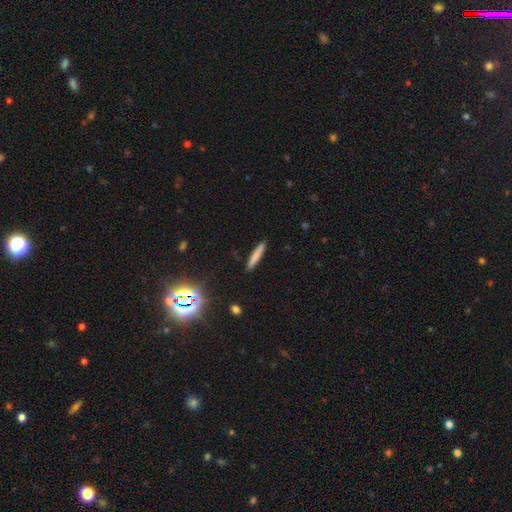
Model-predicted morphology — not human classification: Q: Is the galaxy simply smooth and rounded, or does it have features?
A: smooth — 76%.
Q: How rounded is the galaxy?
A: cigar-shaped — 93%.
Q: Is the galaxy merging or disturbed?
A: none — 90%.